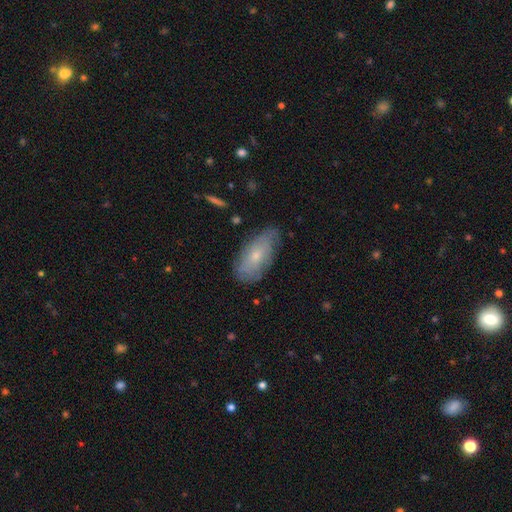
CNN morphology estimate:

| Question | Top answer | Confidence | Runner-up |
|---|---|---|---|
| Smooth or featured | smooth | 51% | featured or disk (41%) |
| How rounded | in between | 88% | cigar-shaped (9%) |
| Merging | none | 69% | minor disturbance (24%) |